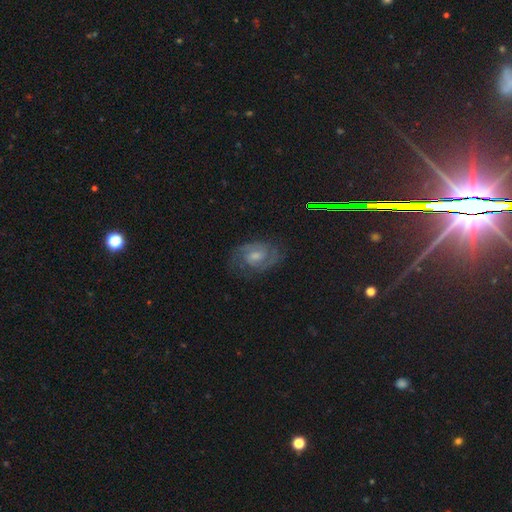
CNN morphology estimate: This appears to be a featured or disk galaxy (80%) with a weak bar (48%), 2 (81%) medium (48%) spiral arms (95%) and a moderate central bulge (44%). Merging: none (75%).